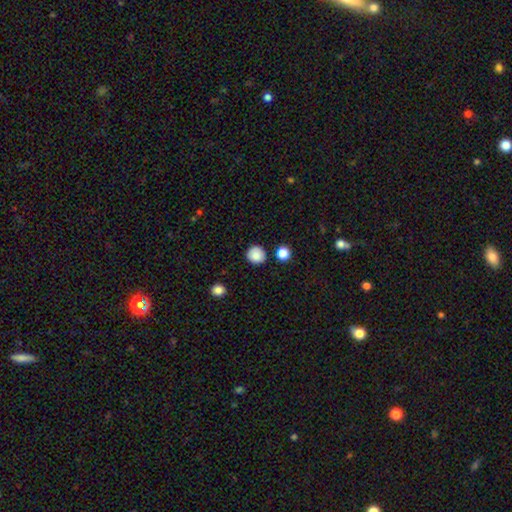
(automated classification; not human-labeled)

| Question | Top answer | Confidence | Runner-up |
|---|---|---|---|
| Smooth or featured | smooth | 86% | star or artifact (9%) |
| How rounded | round | 91% | in between (8%) |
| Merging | none | 87% | minor disturbance (8%) |